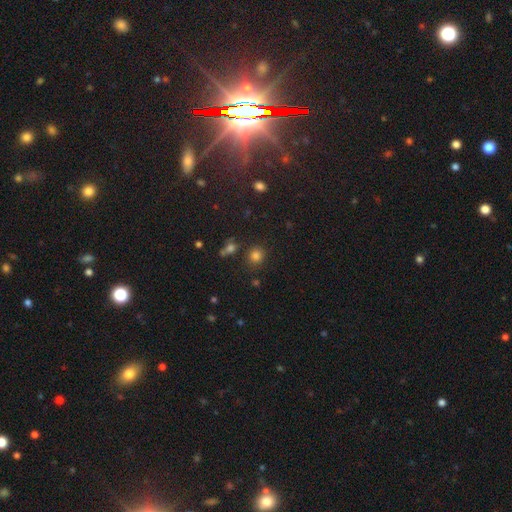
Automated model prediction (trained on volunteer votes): Morphology: type=smooth (79%); roundness=round (86%); merging=none (81%).